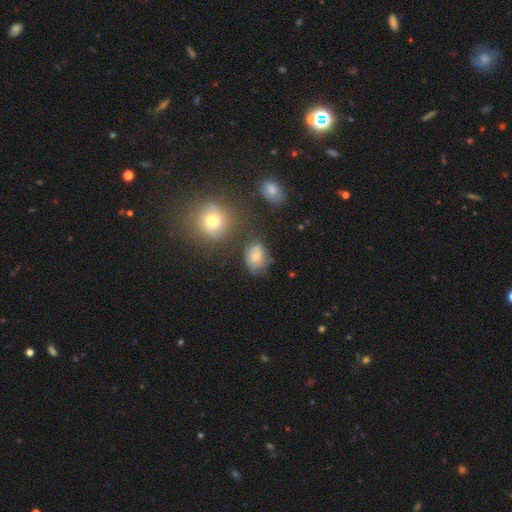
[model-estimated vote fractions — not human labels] Smooth or featured: smooth — 68% (featured or disk — 19%)
How rounded: in between — 67% (round — 31%)
Merging: none — 53% (minor disturbance — 27%)